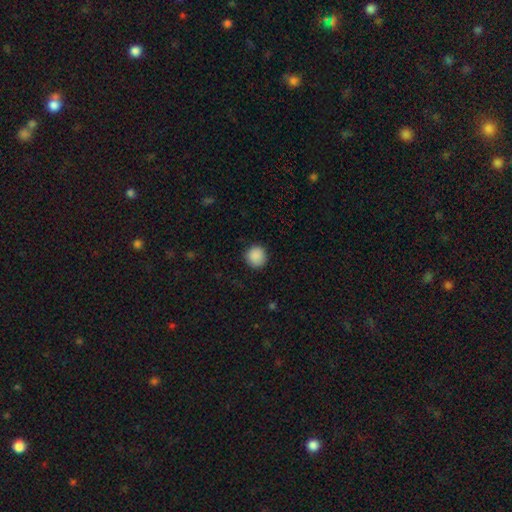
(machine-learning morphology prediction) Smooth or featured?
  - smooth: 89% *
  - star or artifact: 8%
  - featured or disk: 3%
How rounded?
  - round: 93% *
  - in between: 6%
  - cigar-shaped: 1%
Merging?
  - none: 89% *
  - minor disturbance: 8%
  - major disturbance: 2%
  - merger: 1%